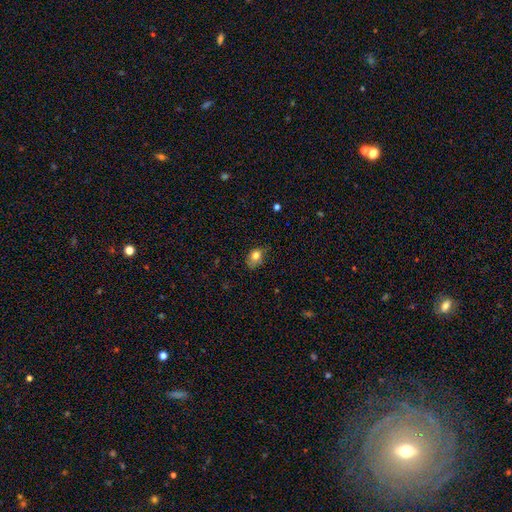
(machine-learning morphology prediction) smooth-or-featured: smooth: 77% | featured or disk: 12% | star or artifact: 11%
  how-rounded: in between: 62% | round: 36% | cigar-shaped: 2%
  merging: none: 51% | minor disturbance: 34% | major disturbance: 12% | merger: 2%